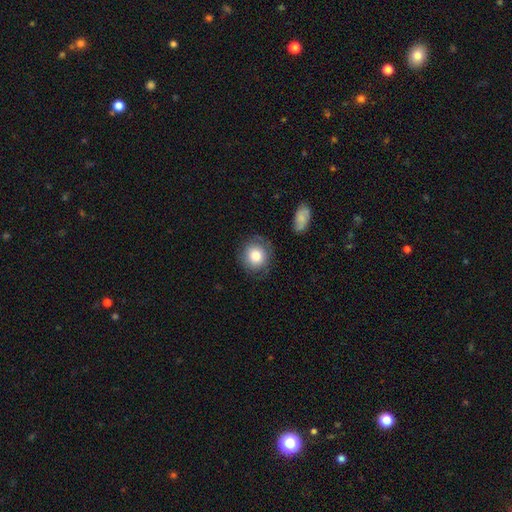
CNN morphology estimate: type=smooth (81%); roundness=round (87%); merging=none (80%).